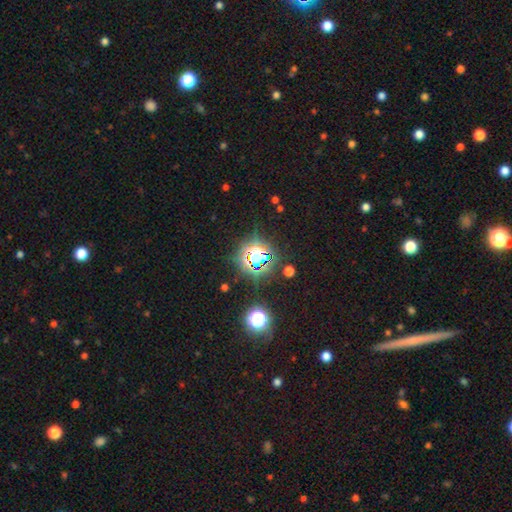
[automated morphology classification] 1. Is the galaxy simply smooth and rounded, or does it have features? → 72% star or artifact, 18% smooth, 9% featured or disk.